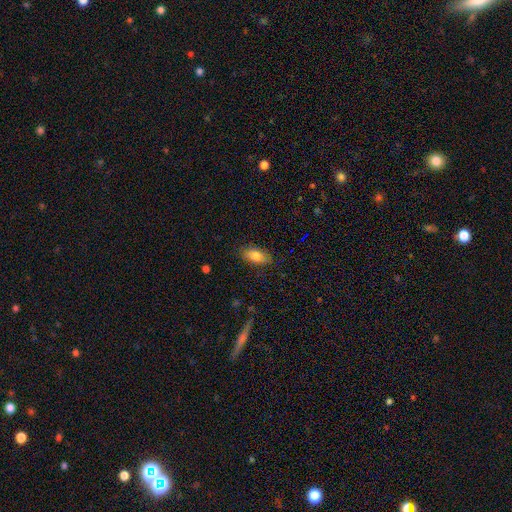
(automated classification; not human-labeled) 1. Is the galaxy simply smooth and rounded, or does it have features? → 80% smooth, 12% featured or disk, 8% star or artifact.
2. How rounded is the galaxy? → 89% in between, 7% cigar-shaped, 4% round.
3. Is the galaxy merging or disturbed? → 83% none, 13% minor disturbance, 3% major disturbance, 1% merger.